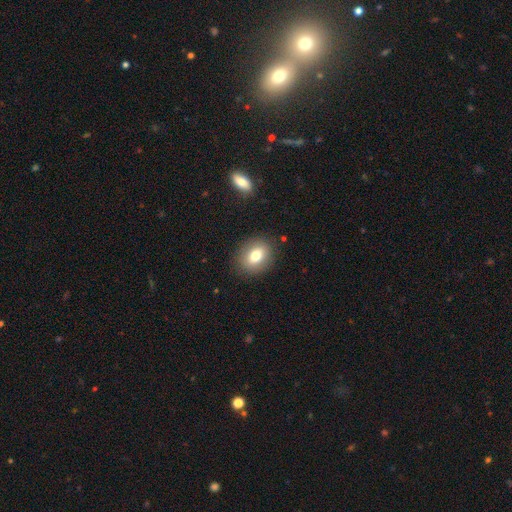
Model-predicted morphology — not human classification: Smooth or featured: smooth — 77% (featured or disk — 14%)
How rounded: in between — 59% (round — 40%)
Merging: none — 87% (minor disturbance — 9%)